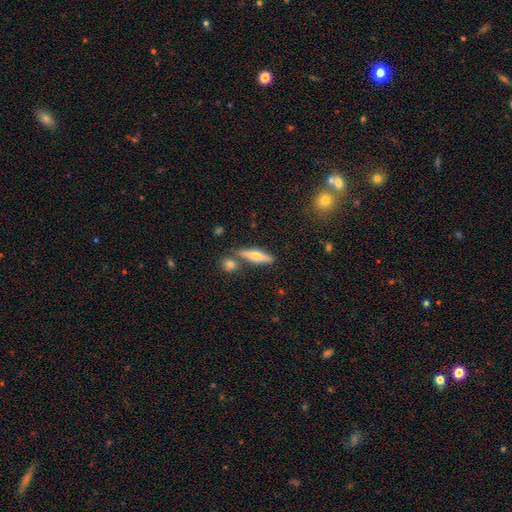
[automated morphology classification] type=smooth (53%); roundness=cigar-shaped (72%); merging=none (74%).